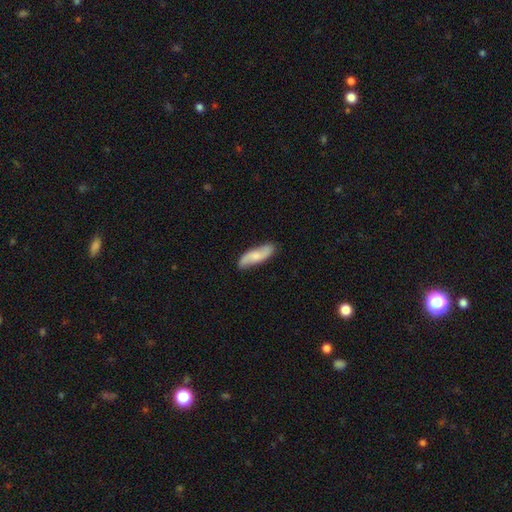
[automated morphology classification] The model was most divided on "smooth or featured": smooth: 48%, featured or disk: 46%, star or artifact: 6%. More confident: merging — none (82%).